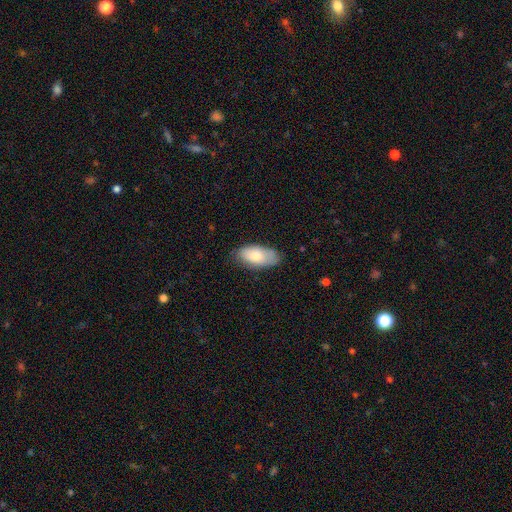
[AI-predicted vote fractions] This is likely a smooth galaxy (76%). How rounded: clearly in between (92%). Merging: likely none (75%).